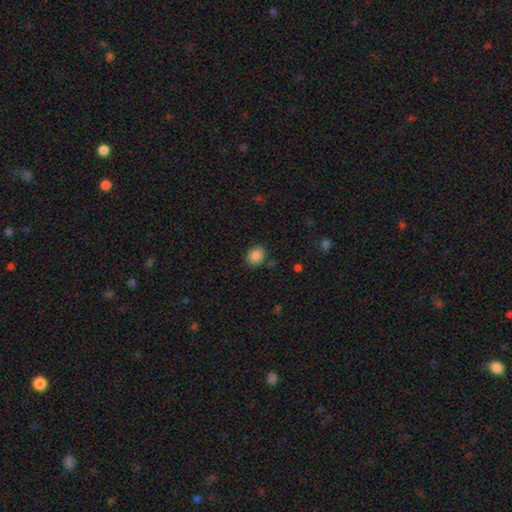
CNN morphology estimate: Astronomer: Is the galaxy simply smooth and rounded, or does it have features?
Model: smooth — 86%.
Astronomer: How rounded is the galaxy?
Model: round — 51% (runner-up: in between, 48%).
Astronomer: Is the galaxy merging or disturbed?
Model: none — 84%.